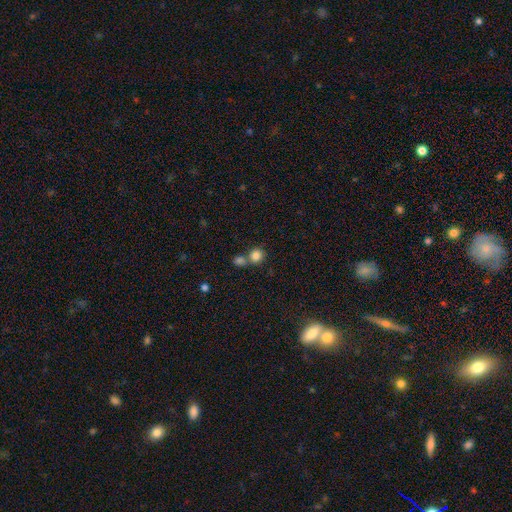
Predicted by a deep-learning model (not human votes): Q: Smooth or featured?
A: smooth (83%); runner-up: star or artifact (11%)
Q: How rounded?
A: round (85%); runner-up: in between (14%)
Q: Merging?
A: none (51%); runner-up: merger (38%)